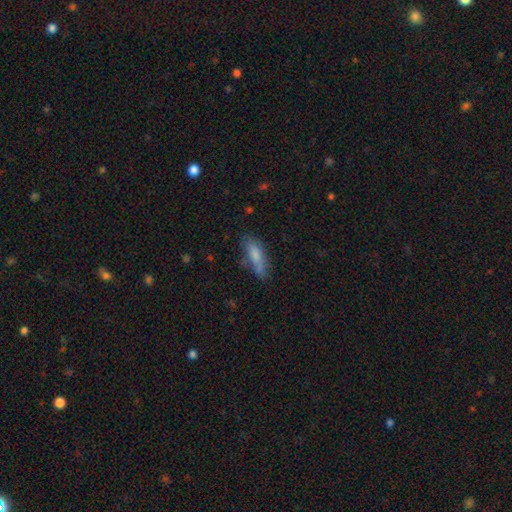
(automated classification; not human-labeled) smooth-or-featured: smooth: 76% | featured or disk: 17% | star or artifact: 7%
  how-rounded: in between: 52% | cigar-shaped: 46% | round: 2%
  merging: none: 61% | minor disturbance: 25% | major disturbance: 8% | merger: 6%